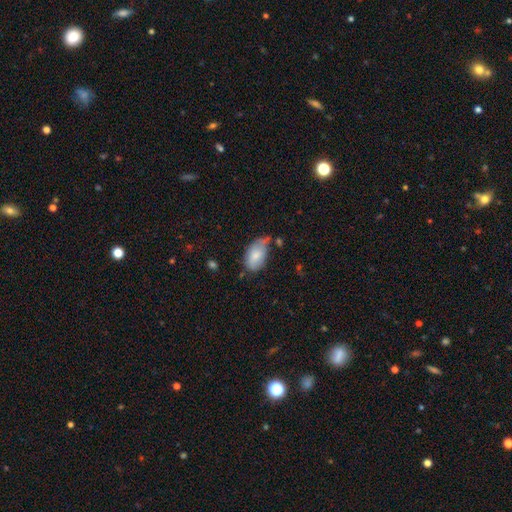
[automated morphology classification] type=smooth (78%); roundness=in between (93%); merging=none (43%).